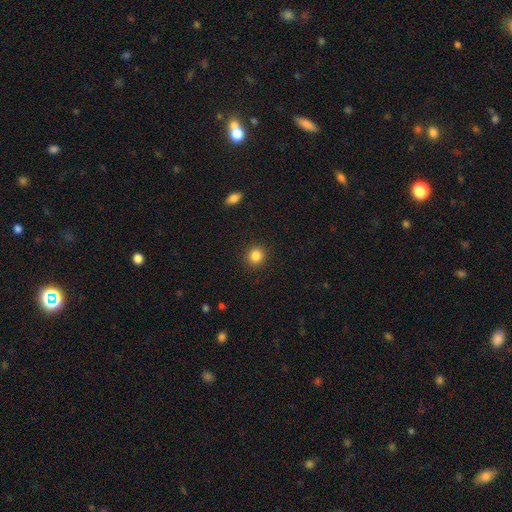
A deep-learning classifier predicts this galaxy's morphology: A smooth galaxy with no disk features (85%) that is round (86%). Merging: none (91%).